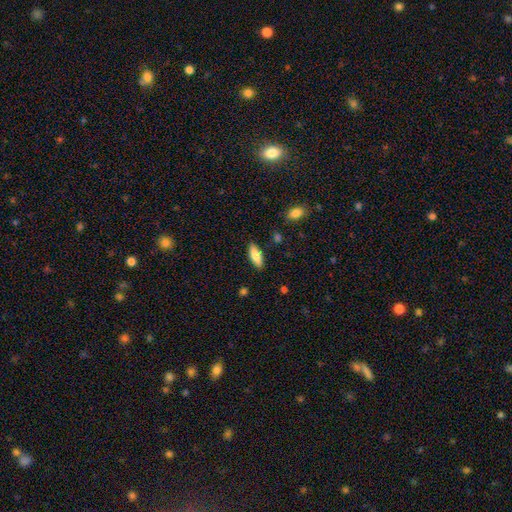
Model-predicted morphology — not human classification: Smooth or featured: smooth — 76% (featured or disk — 18%)
How rounded: in between — 64% (cigar-shaped — 34%)
Merging: none — 86% (minor disturbance — 10%)